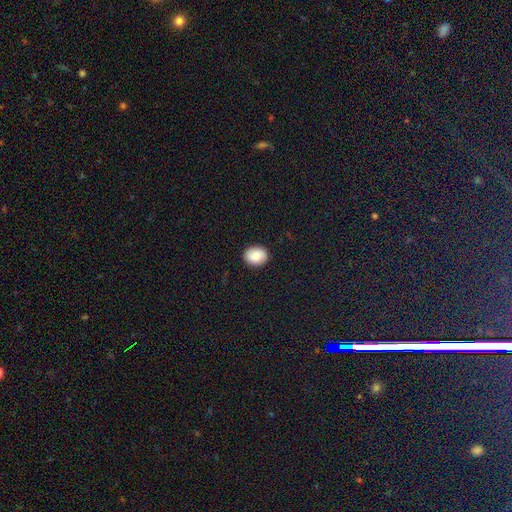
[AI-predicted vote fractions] This is clearly a smooth galaxy (88%). How rounded: possibly in between (50%). Merging: clearly none (90%).